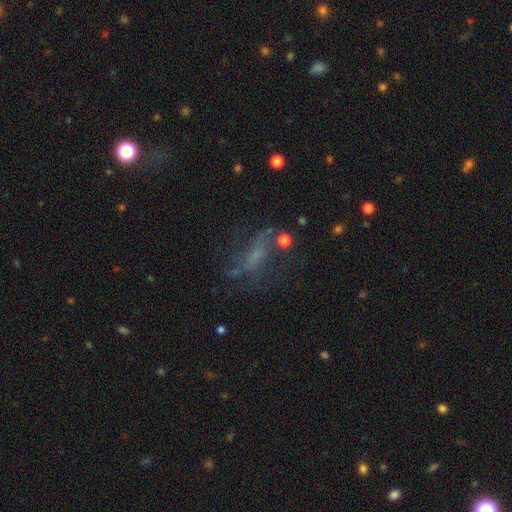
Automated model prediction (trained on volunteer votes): Smooth or featured? Predicted: featured or disk (p=0.45). Merging? Predicted: none (p=0.45).